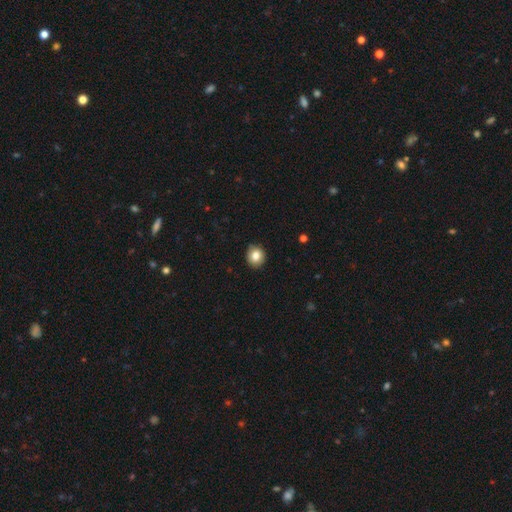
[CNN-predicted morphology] Q: Smooth or featured?
A: smooth (82%); runner-up: star or artifact (9%)
Q: How rounded?
A: round (83%); runner-up: in between (16%)
Q: Merging?
A: none (89%); runner-up: minor disturbance (8%)